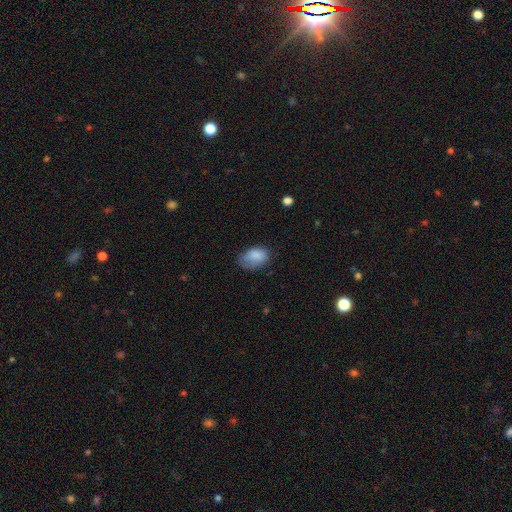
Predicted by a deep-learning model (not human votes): smooth-or-featured: smooth: 84% | star or artifact: 8% | featured or disk: 7%
  how-rounded: in between: 85% | round: 14% | cigar-shaped: 1%
  merging: none: 54% | minor disturbance: 33% | major disturbance: 11% | merger: 2%